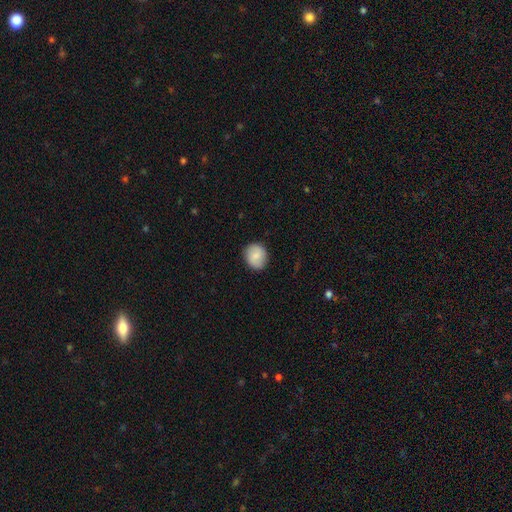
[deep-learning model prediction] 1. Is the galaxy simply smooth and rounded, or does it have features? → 79% smooth, 14% featured or disk, 7% star or artifact.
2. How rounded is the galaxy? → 77% round, 22% in between, 1% cigar-shaped.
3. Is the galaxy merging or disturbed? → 87% none, 10% minor disturbance, 2% major disturbance, 1% merger.